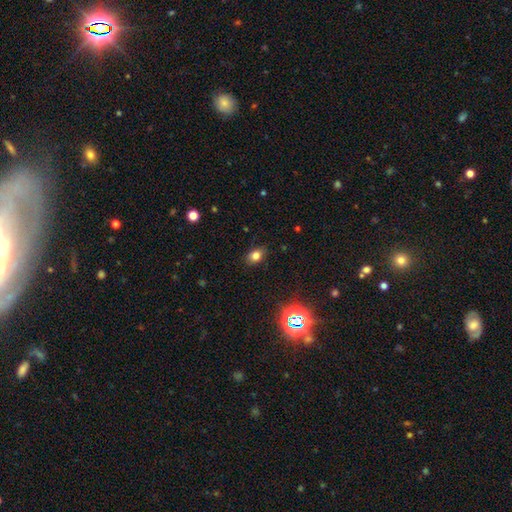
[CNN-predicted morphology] Q: Smooth or featured?
A: smooth (77%); runner-up: star or artifact (15%)
Q: How rounded?
A: in between (74%); runner-up: round (24%)
Q: Merging?
A: none (84%); runner-up: minor disturbance (12%)